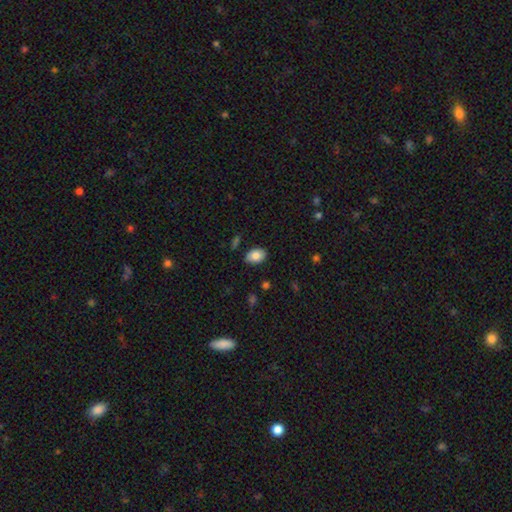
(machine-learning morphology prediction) Smooth or featured? Predicted: smooth (p=0.83). How rounded? Predicted: in between (p=0.86). Merging? Predicted: none (p=0.85).